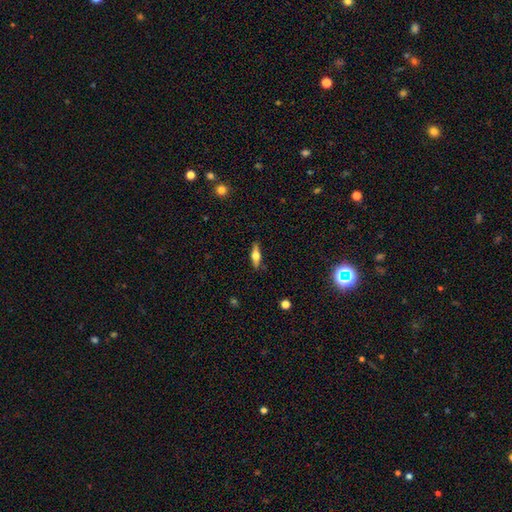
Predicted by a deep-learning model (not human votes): smooth_or_featured: featured or disk (p=0.50) [alt: smooth p=0.43]
merging: none (p=0.86) [alt: minor disturbance p=0.10]